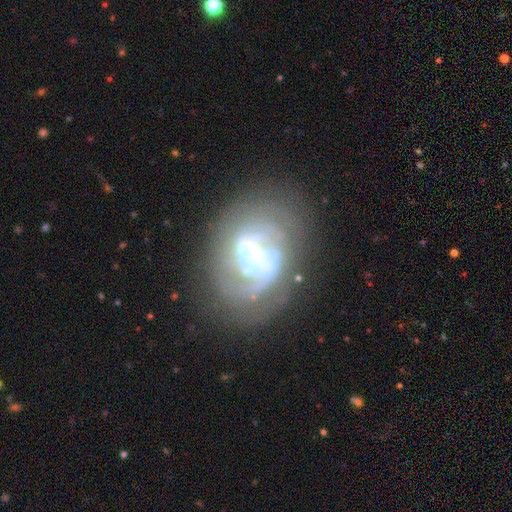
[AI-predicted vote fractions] smooth_or_featured: featured or disk (p=0.75) [alt: smooth p=0.14]
disk_edge_on: no (p=0.97) [alt: yes p=0.03]
bar: no (p=0.42) [alt: weak p=0.32]
has_spiral_arms: yes (p=0.53) [alt: no p=0.47]
bulge_size: small (p=0.36) [alt: none p=0.30]
merging: none (p=0.53) [alt: major disturbance p=0.20]